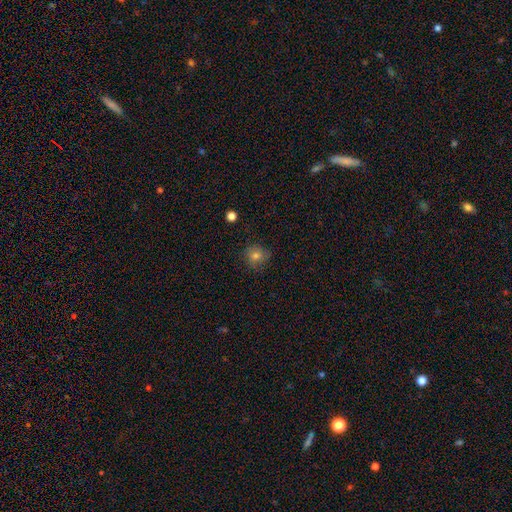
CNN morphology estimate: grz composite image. It shows a smooth galaxy with no disk features (75%) that is round (85%). Merging: none (80%).